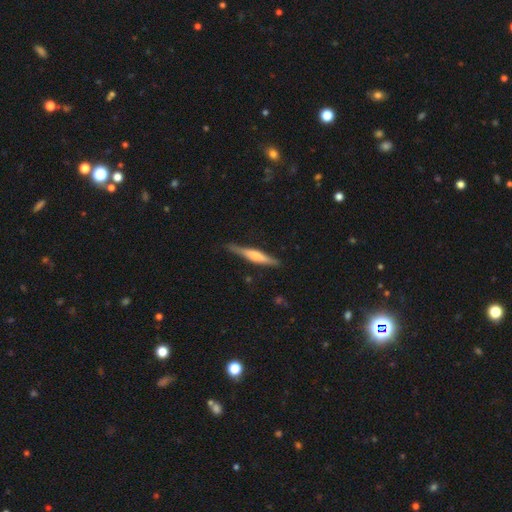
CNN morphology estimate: Q: Smooth or featured?
A: featured or disk (53%); runner-up: smooth (42%)
Q: Edge-on disk?
A: yes (96%); runner-up: no (4%)
Q: Edge-on bulge?
A: rounded (63%); runner-up: boxy (22%)
Q: Merging?
A: none (83%); runner-up: minor disturbance (13%)